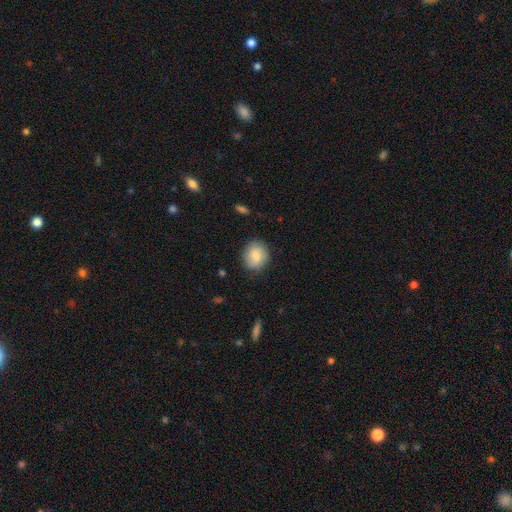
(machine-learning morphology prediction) Smooth or featured? smooth (78%)
How rounded? round (73%)
Merging? none (82%)